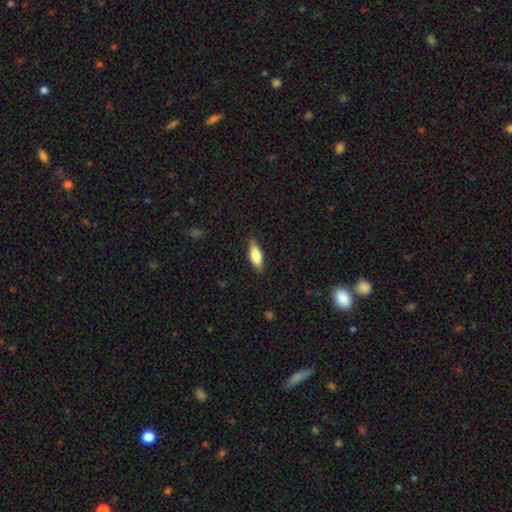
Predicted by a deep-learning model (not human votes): Smooth or featured? Predicted: smooth (p=0.79). How rounded? Predicted: in between (p=0.64). Merging? Predicted: none (p=0.85).